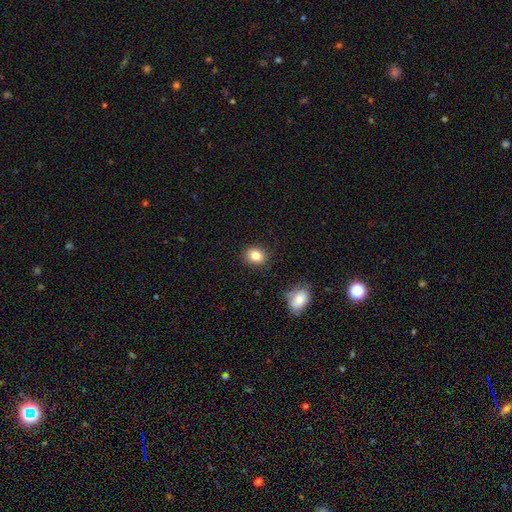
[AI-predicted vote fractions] smooth 84%, star or artifact 10%, featured or disk 6%. Down the decision tree: how rounded — round (59%); merging — none (87%).